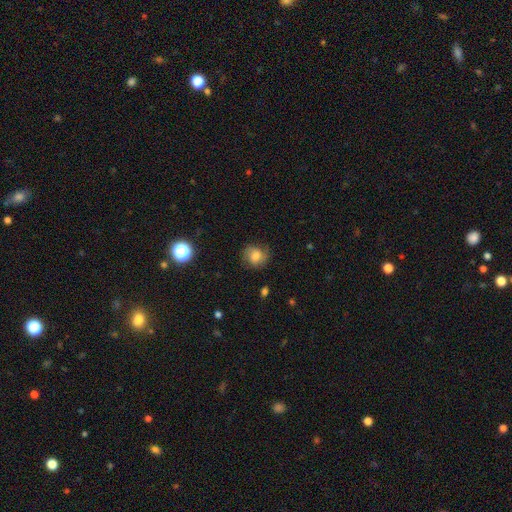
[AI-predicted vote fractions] Smooth or featured: smooth — 66% (featured or disk — 21%)
How rounded: round — 77% (in between — 22%)
Merging: none — 75% (minor disturbance — 18%)